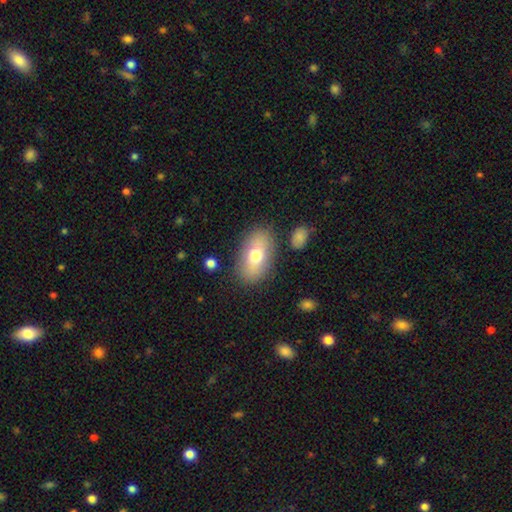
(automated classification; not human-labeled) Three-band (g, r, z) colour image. It shows a smooth galaxy with no disk features (70%) that is in between round and cigar-shaped (90%). Merging: none (80%).